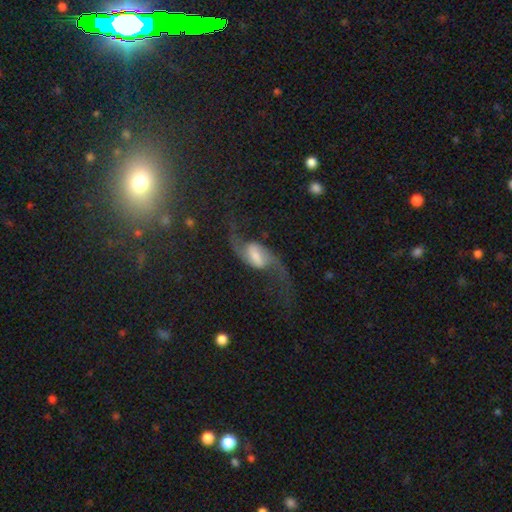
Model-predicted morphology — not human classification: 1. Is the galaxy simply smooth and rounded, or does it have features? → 82% featured or disk, 11% smooth, 6% star or artifact.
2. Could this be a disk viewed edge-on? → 96% no, 4% yes.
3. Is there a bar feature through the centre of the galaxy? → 46% weak, 37% strong, 17% no.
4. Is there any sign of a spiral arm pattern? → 95% yes, 5% no.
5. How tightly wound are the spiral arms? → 89% loose, 8% medium, 3% tight.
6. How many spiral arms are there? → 94% 2, 2% 1, 1% can't tell, 1% 3, 1% 4, 1% more than 4.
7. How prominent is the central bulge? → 31% moderate, 25% small, 22% large, 17% none, 5% dominant.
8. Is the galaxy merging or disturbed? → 61% none, 21% major disturbance, 14% minor disturbance, 4% merger.